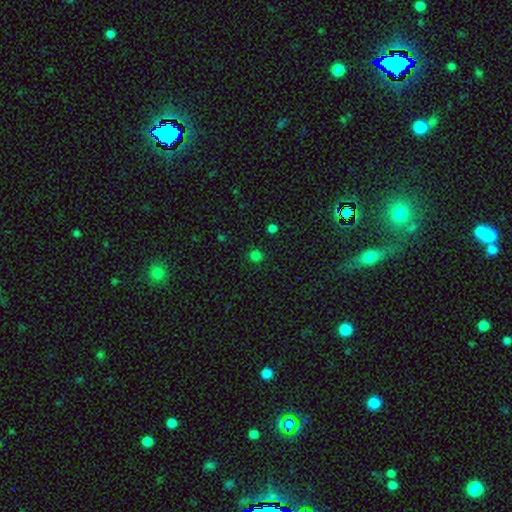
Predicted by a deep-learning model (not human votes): The model was most divided on "smooth or featured": smooth: 76%, star or artifact: 20%, featured or disk: 3%. More confident: how rounded — round (91%); merging — none (88%).